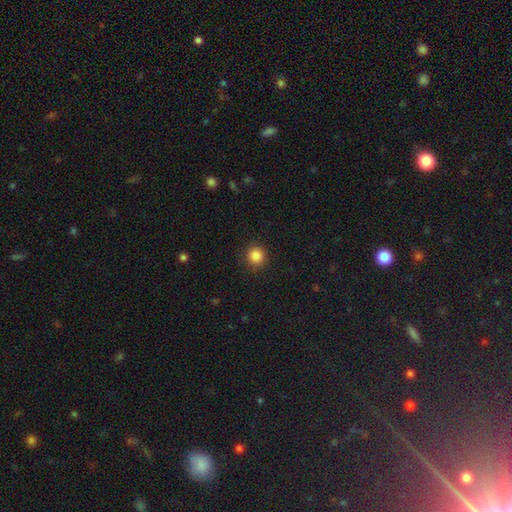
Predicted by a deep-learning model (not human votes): smooth-or-featured: smooth: 86% | star or artifact: 11% | featured or disk: 3%
  how-rounded: round: 94% | in between: 5% | cigar-shaped: 1%
  merging: none: 90% | minor disturbance: 7% | major disturbance: 2% | merger: 1%